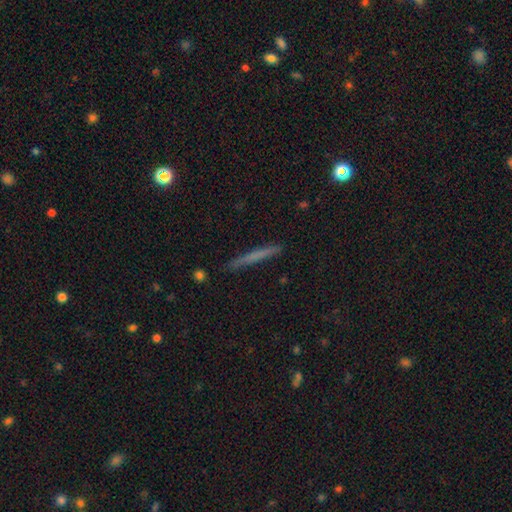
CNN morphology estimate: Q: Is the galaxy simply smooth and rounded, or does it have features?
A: smooth — 58%.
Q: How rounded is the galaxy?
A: cigar-shaped — 97%.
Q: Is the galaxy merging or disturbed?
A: none — 90%.